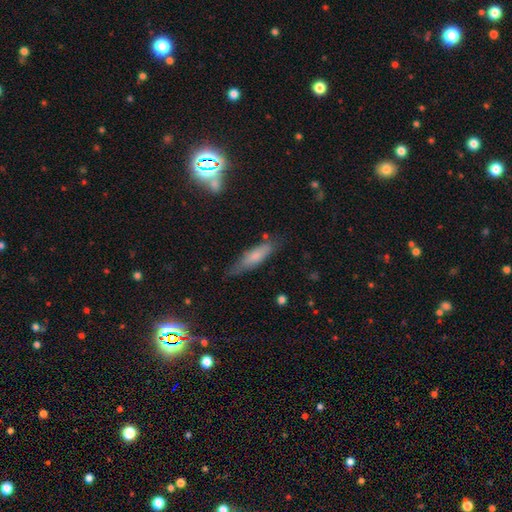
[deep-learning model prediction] Overall: smooth (67%). How rounded: cigar-shaped (69%). Merging: none (67%).